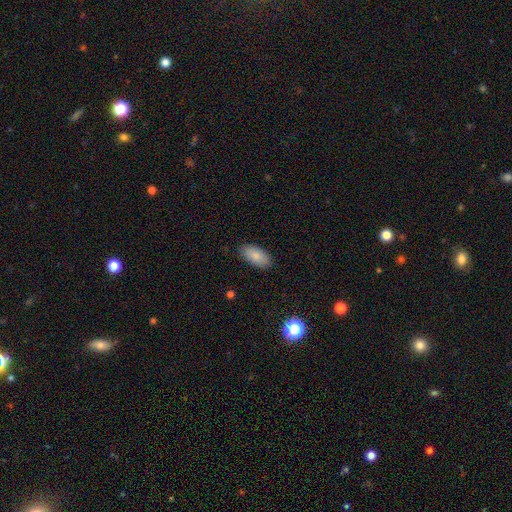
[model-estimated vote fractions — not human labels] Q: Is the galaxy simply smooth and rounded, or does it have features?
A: smooth — 84%.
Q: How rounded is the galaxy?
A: in between — 93%.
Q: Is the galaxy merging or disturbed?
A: none — 87%.